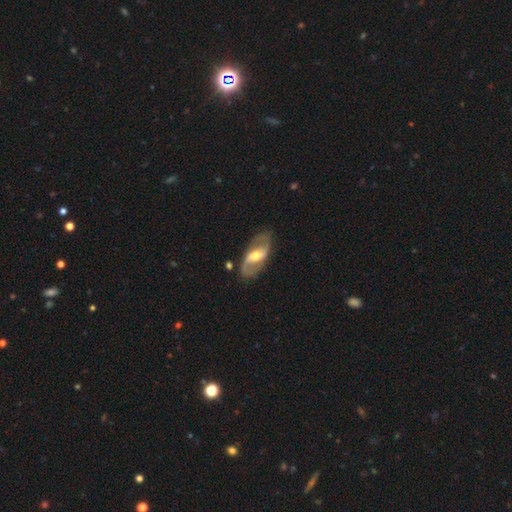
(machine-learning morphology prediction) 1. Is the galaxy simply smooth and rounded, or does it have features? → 83% featured or disk, 13% smooth, 5% star or artifact.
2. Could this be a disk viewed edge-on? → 94% no, 6% yes.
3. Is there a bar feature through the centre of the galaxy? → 42% weak, 40% strong, 18% no.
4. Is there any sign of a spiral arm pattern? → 89% yes, 11% no.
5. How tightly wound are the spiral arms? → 45% medium, 41% loose, 14% tight.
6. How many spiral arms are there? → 91% 2, 4% can't tell, 2% 1, 1% 3, 1% 4, 1% more than 4.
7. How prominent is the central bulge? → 62% moderate, 24% small, 11% large, 2% none, 1% dominant.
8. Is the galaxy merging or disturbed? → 82% none, 12% minor disturbance, 5% major disturbance, 2% merger.